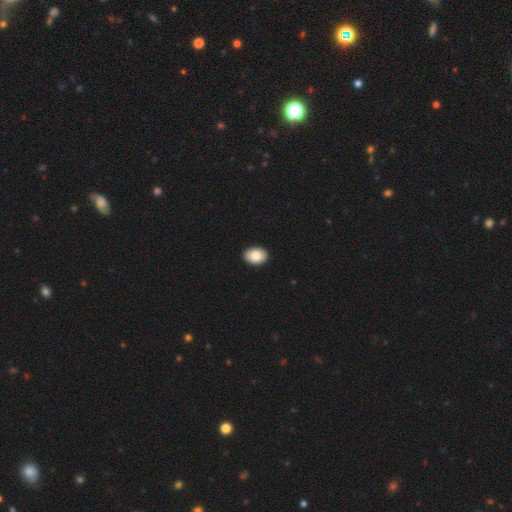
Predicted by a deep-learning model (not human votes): Smooth or featured: smooth — 85% (featured or disk — 8%)
How rounded: in between — 81% (round — 18%)
Merging: none — 92% (minor disturbance — 6%)